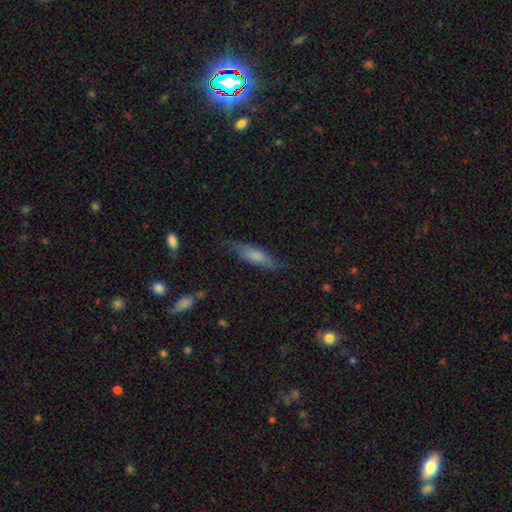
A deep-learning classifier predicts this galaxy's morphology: smooth 65%, featured or disk 29%, star or artifact 7%. Down the decision tree: how rounded — cigar-shaped (63%); merging — none (69%).